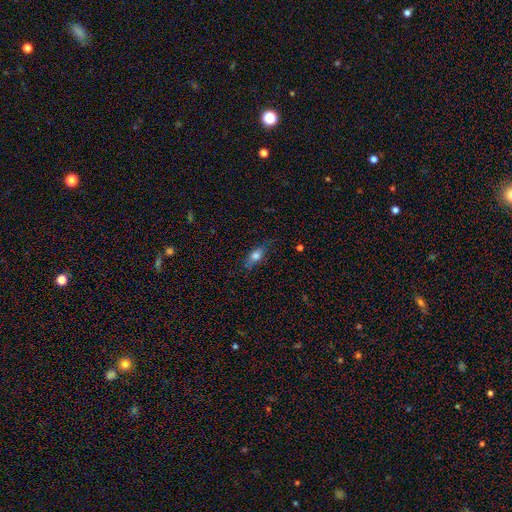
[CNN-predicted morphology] Smooth or featured?
  - smooth: 75% *
  - featured or disk: 15%
  - star or artifact: 9%
How rounded?
  - in between: 75% *
  - cigar-shaped: 15%
  - round: 10%
Merging?
  - none: 72% *
  - minor disturbance: 21%
  - major disturbance: 6%
  - merger: 1%